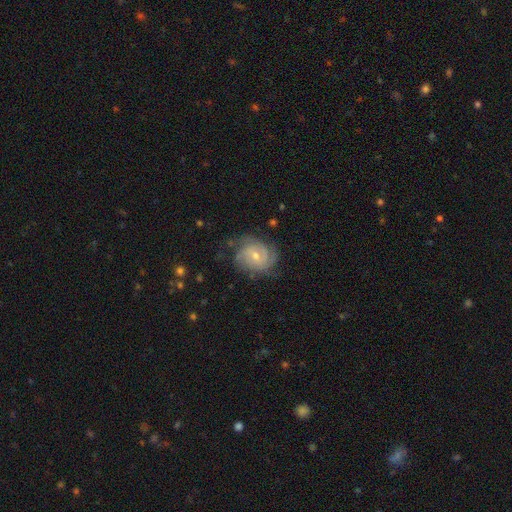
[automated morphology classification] featured or disk 76%, smooth 17%, star or artifact 7%. Down the decision tree: edge-on disk — no (97%); bar — no (52%); spiral arms — yes (92%); spiral arm count — can't tell (33%); spiral winding — tight (56%); bulge size — small (53%); merging — none (66%).